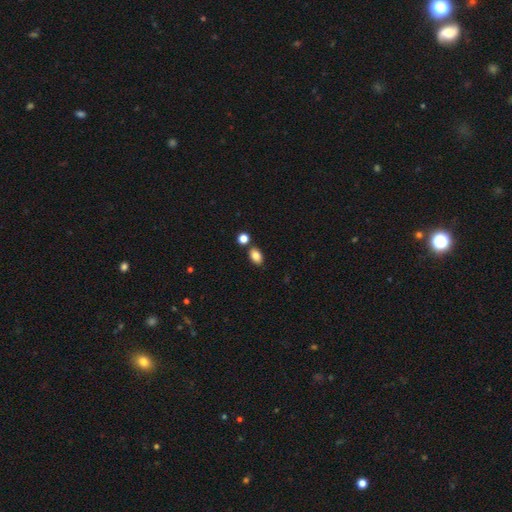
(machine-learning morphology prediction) Smooth or featured? smooth (83%)
How rounded? in between (84%)
Merging? none (76%)